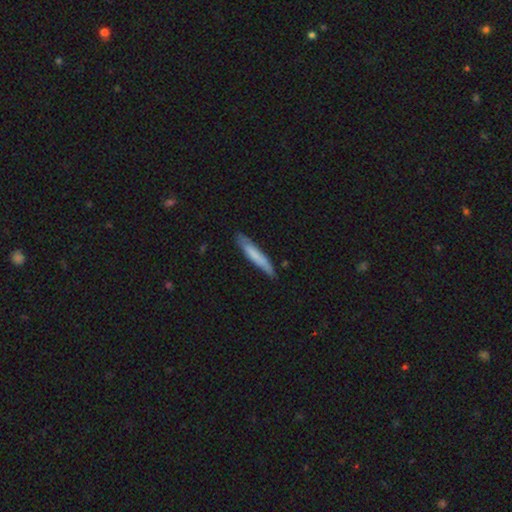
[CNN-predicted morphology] This is likely a smooth galaxy (71%). How rounded: clearly cigar-shaped (92%). Merging: clearly none (80%).